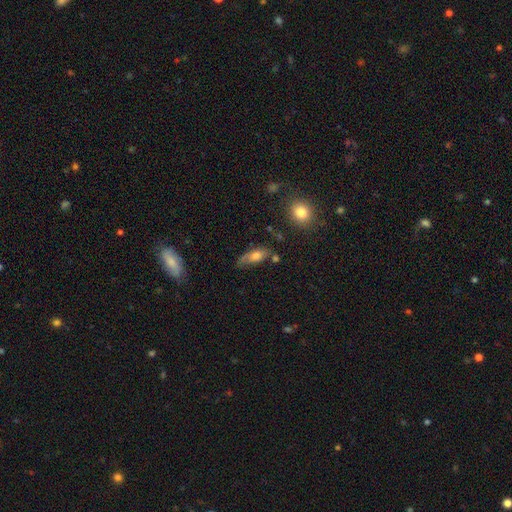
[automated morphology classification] Smooth or featured? Predicted: smooth (p=0.65). How rounded? Predicted: in between (p=0.78). Merging? Predicted: none (p=0.51).